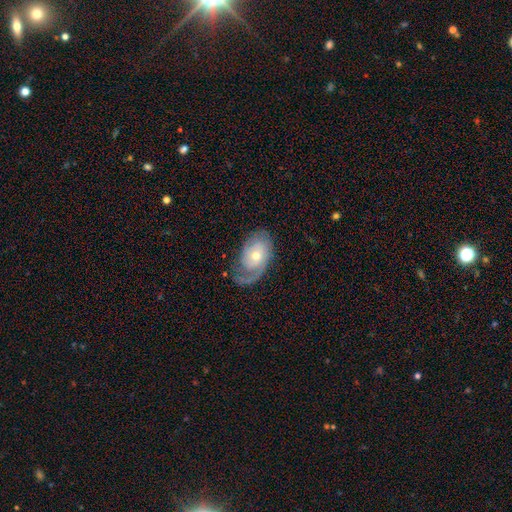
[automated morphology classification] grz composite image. It shows a featured or disk galaxy (74%) with no bar (76%), 1 (53%) tight (49%) spiral arms (89%) and a moderate central bulge (57%). Merging: none (59%).